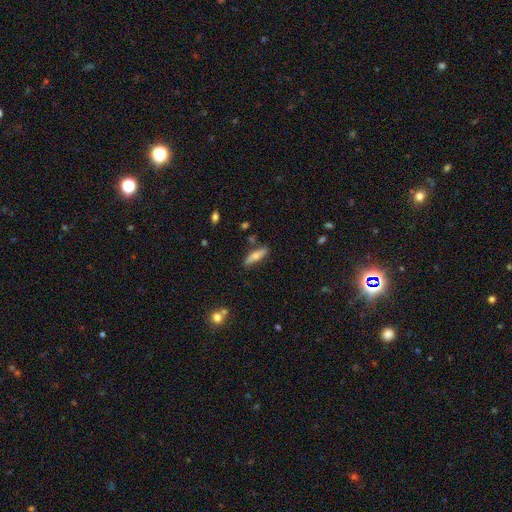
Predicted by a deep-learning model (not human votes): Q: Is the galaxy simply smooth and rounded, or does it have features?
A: smooth — 63%.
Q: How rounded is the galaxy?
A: cigar-shaped — 59%.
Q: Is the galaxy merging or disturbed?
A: none — 79%.